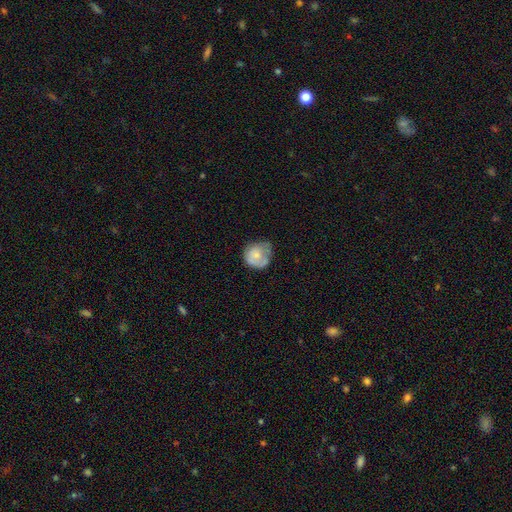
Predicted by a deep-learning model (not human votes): This appears to be a smooth galaxy with no disk features (65%) that is round (75%). Merging: none (43%).